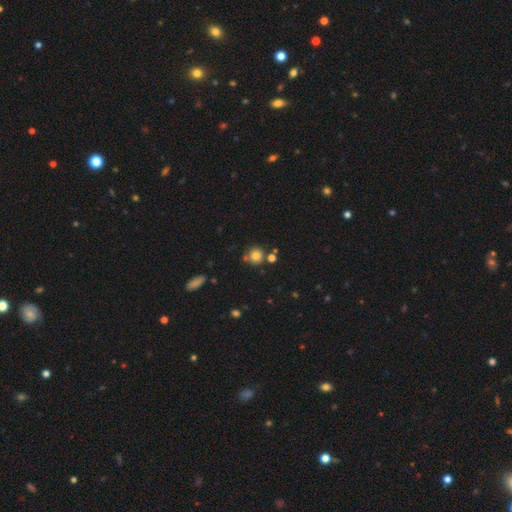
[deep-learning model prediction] A smooth galaxy with no disk features (80%) that is round (90%).

Vote fractions:
- Smooth or featured? smooth: 80% / star or artifact: 12% / featured or disk: 7%
- How rounded? round: 90% / in between: 9% / cigar-shaped: 1%
- Merging? none: 73% / merger: 13% / minor disturbance: 11% / major disturbance: 3%